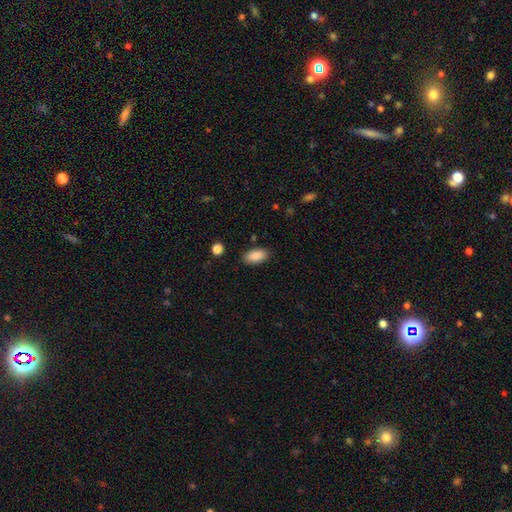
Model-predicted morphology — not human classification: A smooth galaxy with no disk features (88%) that is in between round and cigar-shaped (93%). Merging: none (87%).